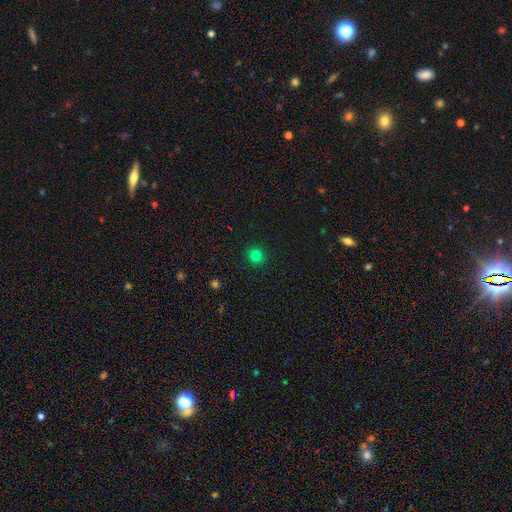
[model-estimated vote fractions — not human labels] Smooth or featured? Predicted: smooth (p=0.81). How rounded? Predicted: round (p=0.94). Merging? Predicted: none (p=0.92).